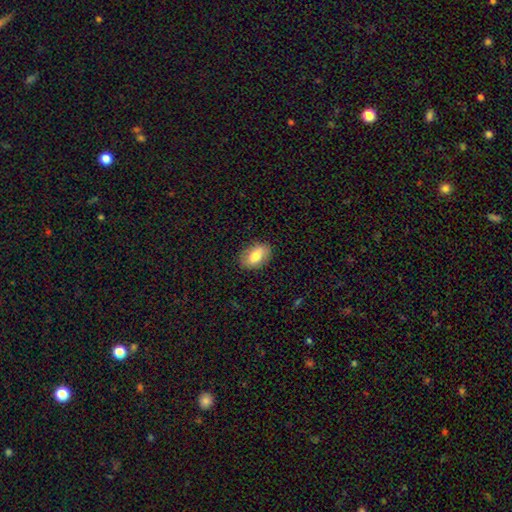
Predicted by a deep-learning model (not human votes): This appears to be a smooth galaxy with no disk features (76%) that is in between round and cigar-shaped (88%). Merging: none (85%).